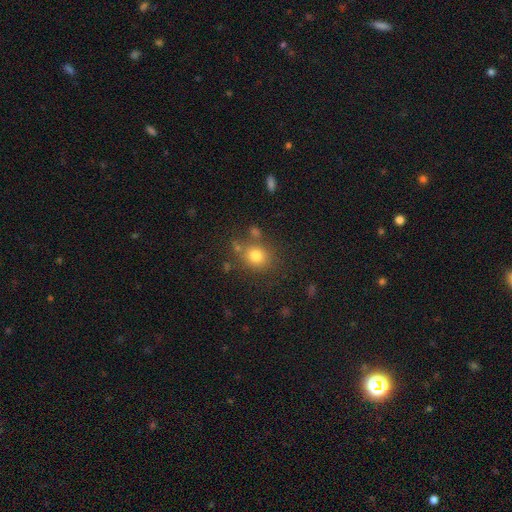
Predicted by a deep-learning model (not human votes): Smooth or featured?
  - smooth: 78% *
  - star or artifact: 13%
  - featured or disk: 9%
How rounded?
  - round: 68% *
  - in between: 31%
  - cigar-shaped: 1%
Merging?
  - none: 73% *
  - minor disturbance: 13%
  - merger: 9%
  - major disturbance: 5%